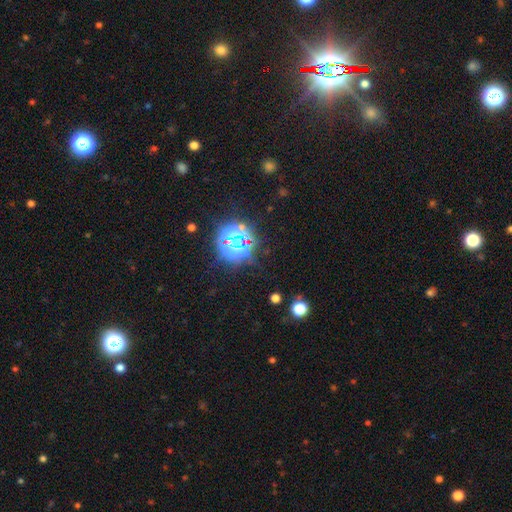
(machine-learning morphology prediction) type=star or artifact (81%).